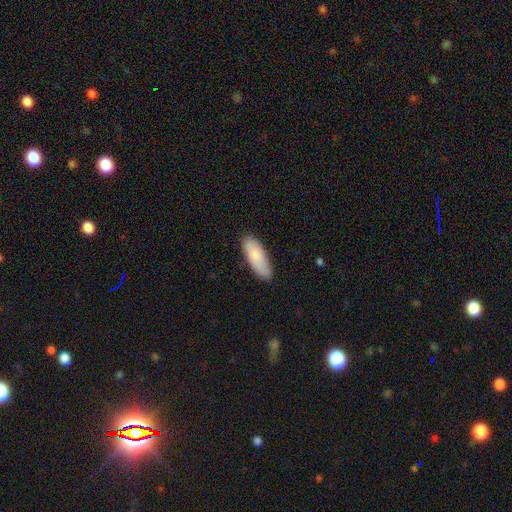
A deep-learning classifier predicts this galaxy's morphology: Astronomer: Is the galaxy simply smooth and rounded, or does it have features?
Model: smooth — 84%.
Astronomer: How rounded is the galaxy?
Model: in between — 72%.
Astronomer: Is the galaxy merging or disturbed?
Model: none — 85%.